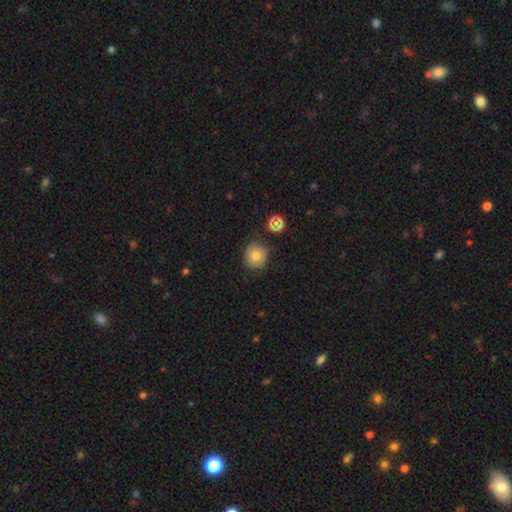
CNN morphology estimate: Smooth or featured: smooth — 75% (star or artifact — 15%)
How rounded: round — 90% (in between — 9%)
Merging: none — 80% (minor disturbance — 14%)